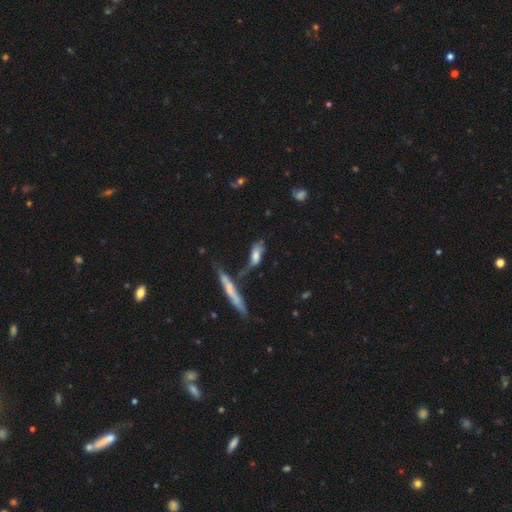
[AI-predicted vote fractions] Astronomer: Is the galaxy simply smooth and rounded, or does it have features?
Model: smooth — 55% (runner-up: featured or disk, 35%).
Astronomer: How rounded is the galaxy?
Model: in between — 57% (runner-up: cigar-shaped, 39%).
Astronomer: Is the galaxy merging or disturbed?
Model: merger — 34% (runner-up: none, 25%).